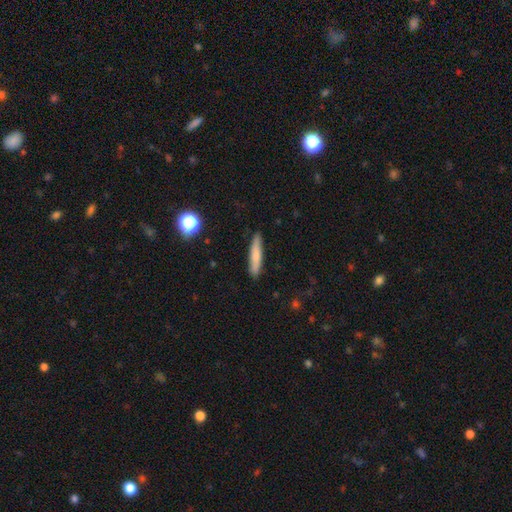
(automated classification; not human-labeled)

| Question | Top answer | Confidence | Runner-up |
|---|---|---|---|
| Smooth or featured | smooth | 74% | featured or disk (19%) |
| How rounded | cigar-shaped | 88% | in between (10%) |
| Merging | none | 87% | minor disturbance (10%) |